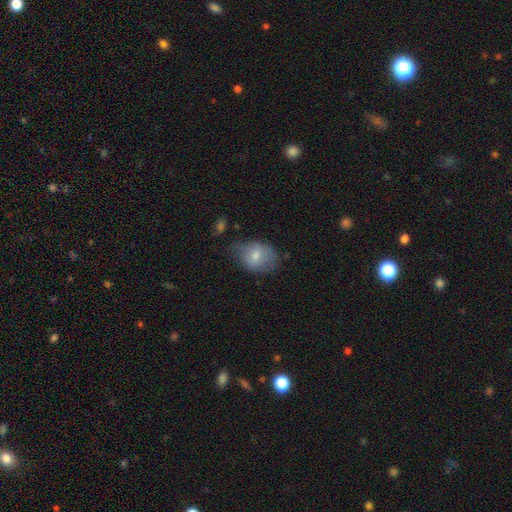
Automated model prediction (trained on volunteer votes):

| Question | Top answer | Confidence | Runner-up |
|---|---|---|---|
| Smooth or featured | smooth | 72% | featured or disk (20%) |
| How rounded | in between | 65% | round (34%) |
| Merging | none | 51% | minor disturbance (34%) |